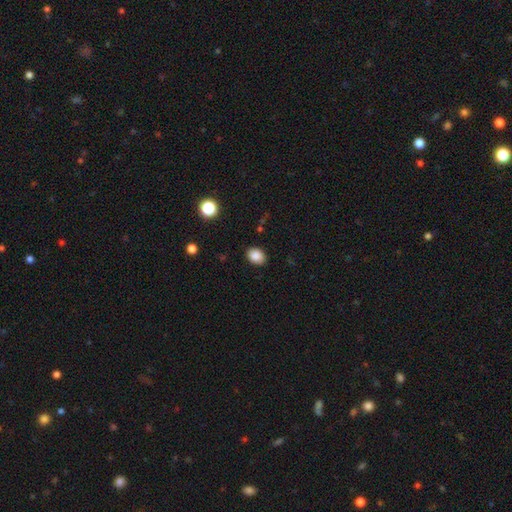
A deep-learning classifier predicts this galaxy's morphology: Smooth or featured?
  - smooth: 87% *
  - star or artifact: 9%
  - featured or disk: 4%
How rounded?
  - in between: 65% *
  - round: 34%
  - cigar-shaped: 1%
Merging?
  - none: 87% *
  - minor disturbance: 10%
  - major disturbance: 2%
  - merger: 1%